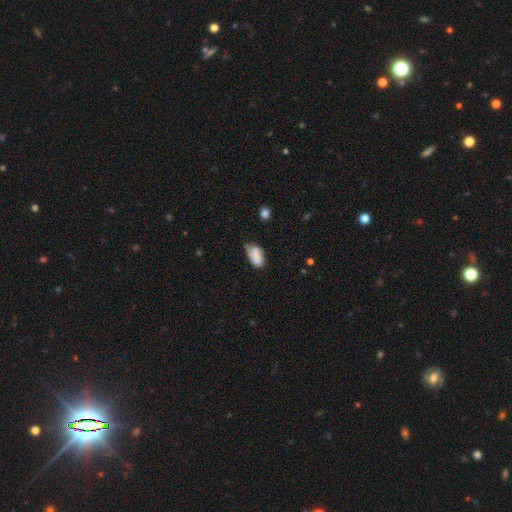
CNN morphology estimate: Overall: smooth (80%). How rounded: in between (92%). Merging: none (48%; minor disturbance 38%).